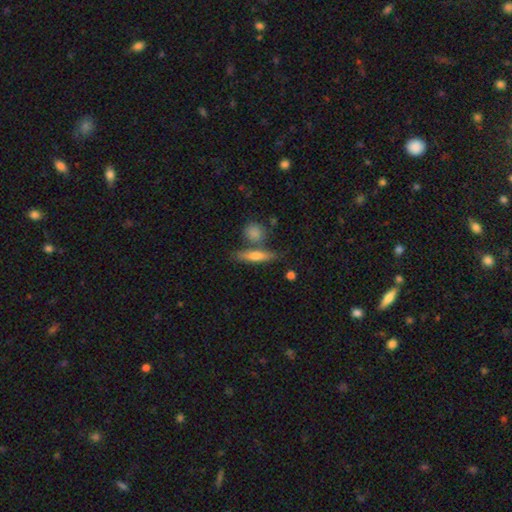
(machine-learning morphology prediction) Smooth or featured? Predicted: smooth (p=0.58). How rounded? Predicted: cigar-shaped (p=0.76). Merging? Predicted: none (p=0.71).